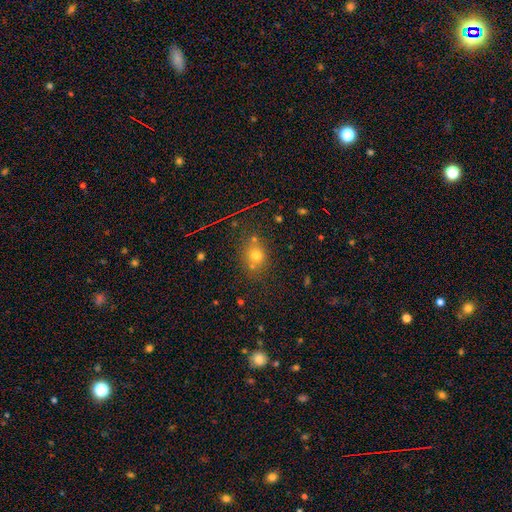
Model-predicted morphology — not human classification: A smooth galaxy with no disk features (66%) that is round (68%). Merging: none (68%).